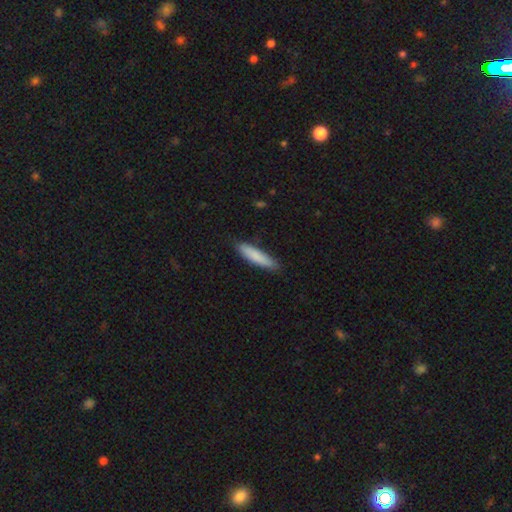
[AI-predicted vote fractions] smooth 83%, featured or disk 11%, star or artifact 5%. Down the decision tree: how rounded — cigar-shaped (81%); merging — none (84%).